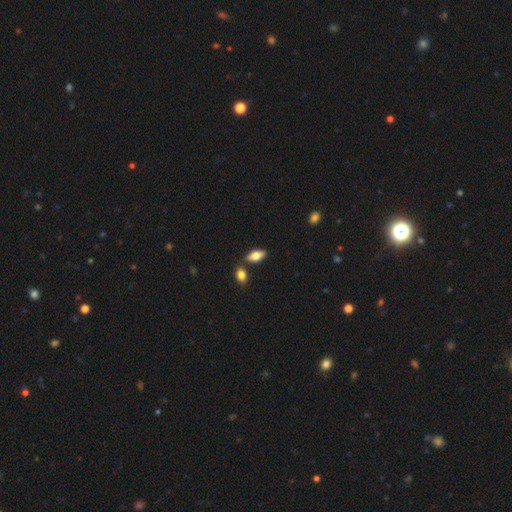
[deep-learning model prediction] Q: Smooth or featured?
A: smooth (77%); runner-up: featured or disk (16%)
Q: How rounded?
A: in between (89%); runner-up: cigar-shaped (8%)
Q: Merging?
A: none (77%); runner-up: merger (11%)